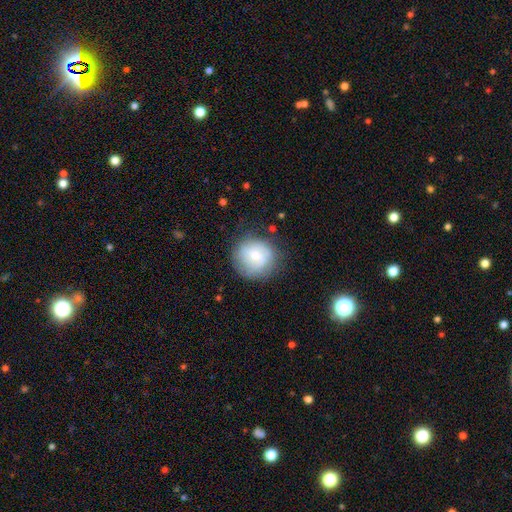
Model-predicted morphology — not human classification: type=featured or disk (46%, tied with smooth); merging=none (75%).